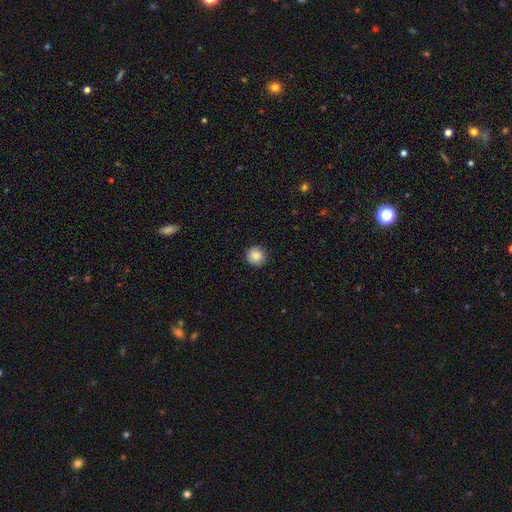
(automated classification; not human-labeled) Smooth or featured? Predicted: smooth (p=0.86). How rounded? Predicted: round (p=0.94). Merging? Predicted: none (p=0.89).